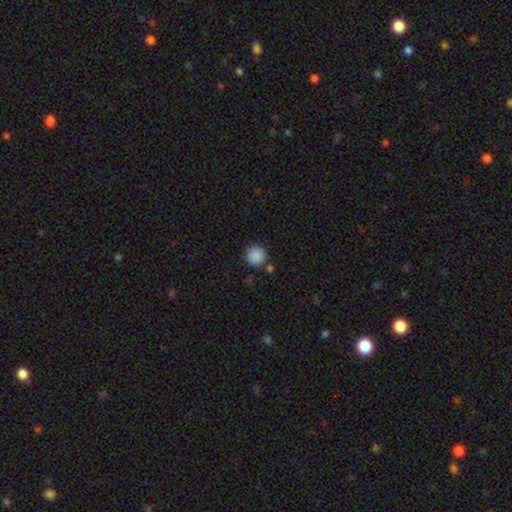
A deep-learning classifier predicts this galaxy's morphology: Smooth or featured?
  - smooth: 88% *
  - star or artifact: 9%
  - featured or disk: 3%
How rounded?
  - round: 94% *
  - in between: 5%
  - cigar-shaped: 1%
Merging?
  - none: 82% *
  - minor disturbance: 9%
  - merger: 6%
  - major disturbance: 3%